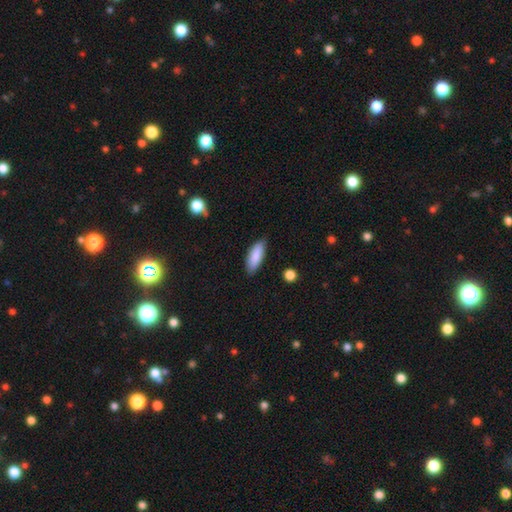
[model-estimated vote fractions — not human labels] This appears to be a smooth galaxy with no disk features (87%) that is in between round and cigar-shaped (71%). Merging: none (83%).